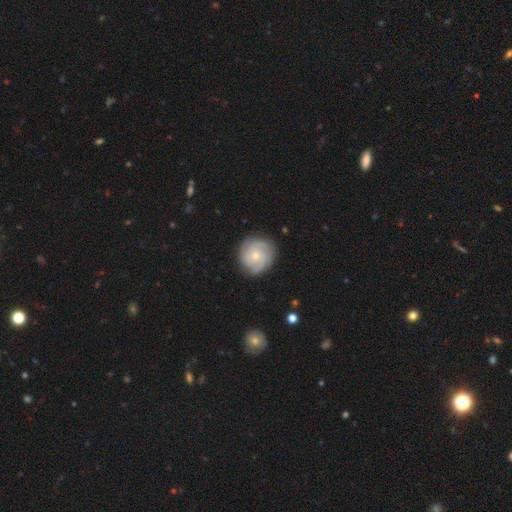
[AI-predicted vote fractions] Smooth or featured?
  - featured or disk: 78% *
  - smooth: 17%
  - star or artifact: 6%
Edge-on disk?
  - no: 98% *
  - yes: 2%
Bar?
  - no: 78% *
  - weak: 20%
  - strong: 3%
Spiral arms?
  - yes: 95% *
  - no: 5%
Spiral winding?
  - tight: 65% *
  - medium: 29%
  - loose: 6%
Spiral arm count?
  - 3: 43% *
  - 2: 20%
  - can't tell: 18%
  - 4: 9%
  - 1: 5%
  - more than 4: 5%
Bulge size?
  - small: 62% *
  - moderate: 34%
  - none: 1%
  - large: 1%
  - dominant: 1%
Merging?
  - none: 83% *
  - minor disturbance: 12%
  - major disturbance: 3%
  - merger: 1%